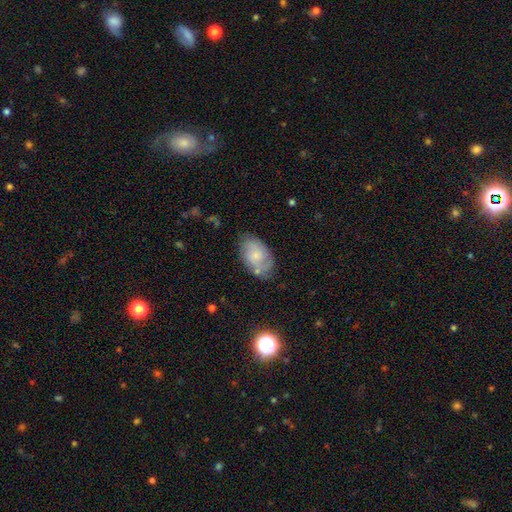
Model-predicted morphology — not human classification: The model was most divided on "smooth or featured": smooth: 47%, featured or disk: 45%, star or artifact: 8%. More confident: merging — none (65%).